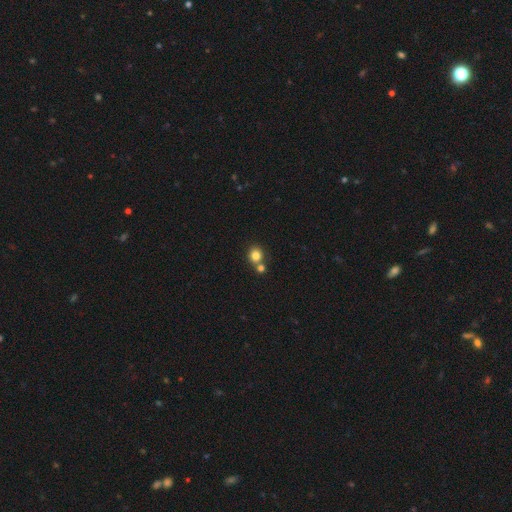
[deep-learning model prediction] The model was most divided on "merging": none: 58%, merger: 32%, minor disturbance: 7%, major disturbance: 2%. More confident: how rounded — round (84%); smooth or featured — smooth (81%).